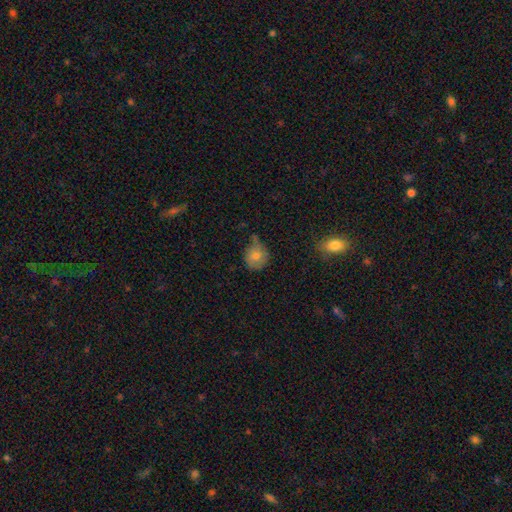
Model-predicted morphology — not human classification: smooth 71%, featured or disk 20%, star or artifact 10%. Down the decision tree: how rounded — round (72%); merging — none (51%).